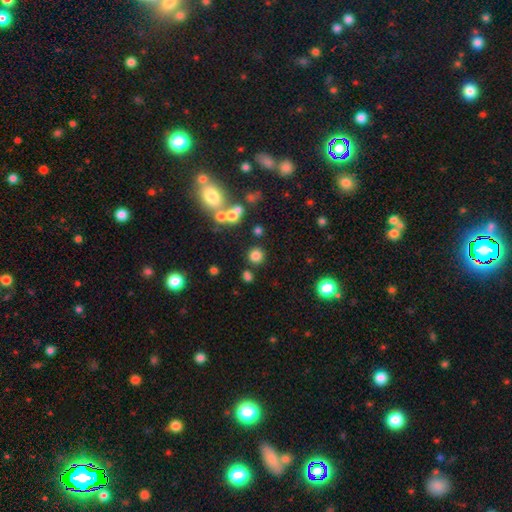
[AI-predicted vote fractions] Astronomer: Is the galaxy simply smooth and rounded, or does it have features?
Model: smooth — 77%.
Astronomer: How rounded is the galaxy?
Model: round — 92%.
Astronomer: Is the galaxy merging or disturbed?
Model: none — 81%.